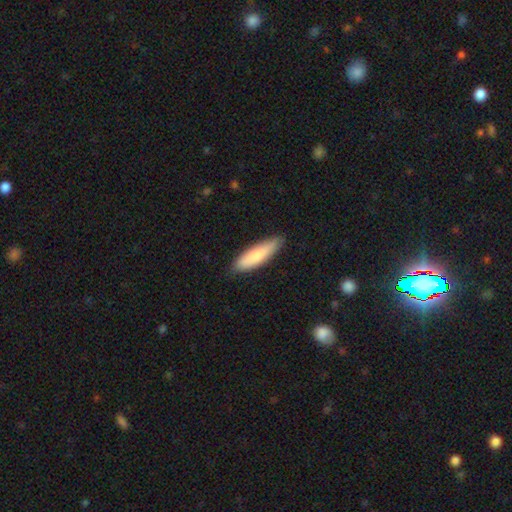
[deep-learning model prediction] A smooth galaxy with no disk features (80%) that is cigar-shaped (64%).

Vote fractions:
- Smooth or featured? smooth: 80% / featured or disk: 15% / star or artifact: 5%
- How rounded? cigar-shaped: 64% / in between: 34% / round: 1%
- Merging? none: 84% / minor disturbance: 13% / major disturbance: 2% / merger: 1%